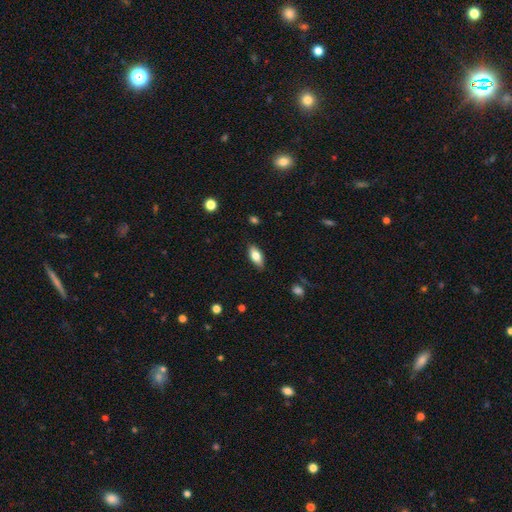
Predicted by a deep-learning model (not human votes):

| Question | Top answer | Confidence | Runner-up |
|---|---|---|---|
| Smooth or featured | smooth | 76% | featured or disk (17%) |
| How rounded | in between | 85% | cigar-shaped (12%) |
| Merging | none | 86% | minor disturbance (11%) |